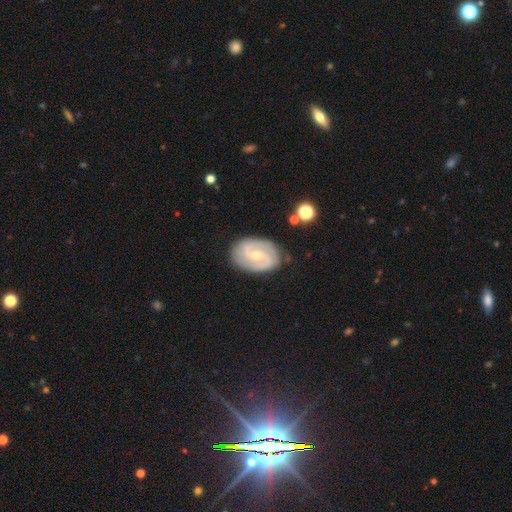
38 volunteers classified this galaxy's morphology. A featured or disk galaxy (84%) with no bar (47%), 2 (77%) medium (43%) spiral arms (94%) and a moderate central bulge (50%). Merging: none (82%).